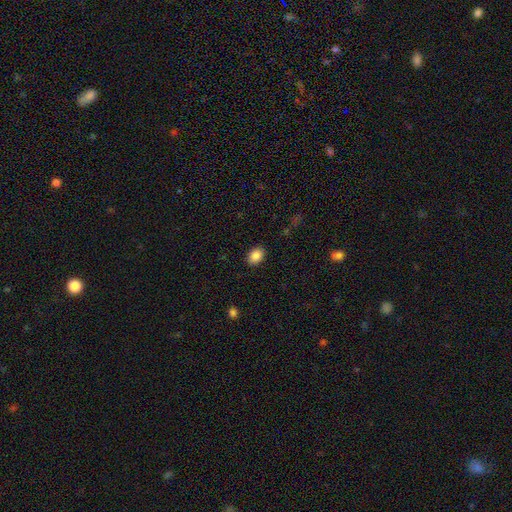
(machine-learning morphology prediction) Smooth or featured: smooth — 88% (star or artifact — 8%)
How rounded: in between — 75% (round — 24%)
Merging: none — 88% (minor disturbance — 9%)